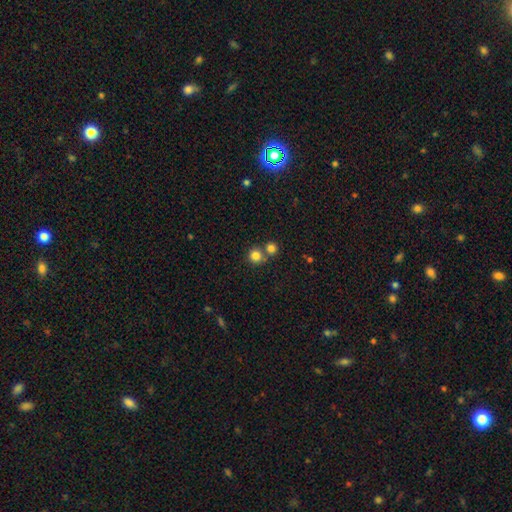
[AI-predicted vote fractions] A smooth galaxy with no disk features (81%) that is round (92%). Merging: none (61%).